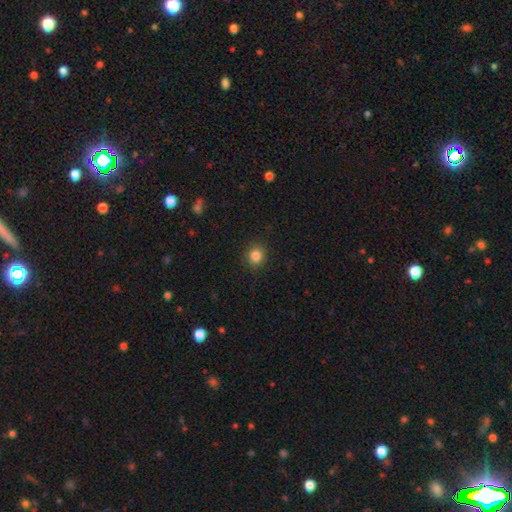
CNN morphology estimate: A smooth galaxy with no disk features (84%) that is round (78%). Merging: none (89%).